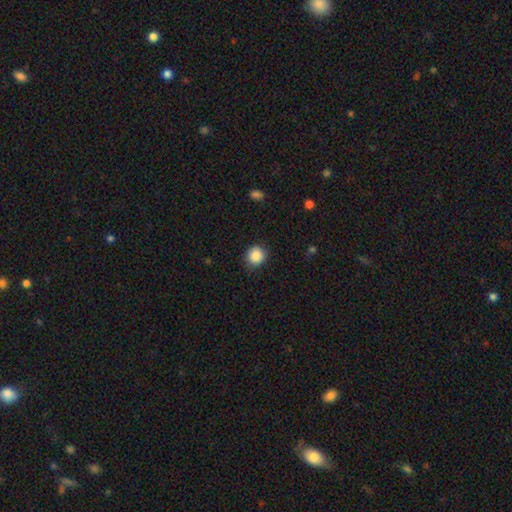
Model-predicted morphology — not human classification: A smooth galaxy with no disk features (88%) that is round (86%).

Vote fractions:
- Smooth or featured? smooth: 88% / star or artifact: 9% / featured or disk: 3%
- How rounded? round: 86% / in between: 13% / cigar-shaped: 1%
- Merging? none: 85% / minor disturbance: 11% / major disturbance: 3% / merger: 1%